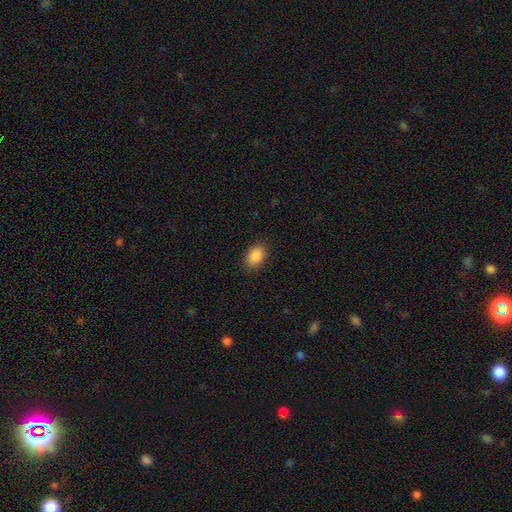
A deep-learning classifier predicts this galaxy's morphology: This is clearly a smooth galaxy (88%). How rounded: clearly in between (85%). Merging: clearly none (88%).